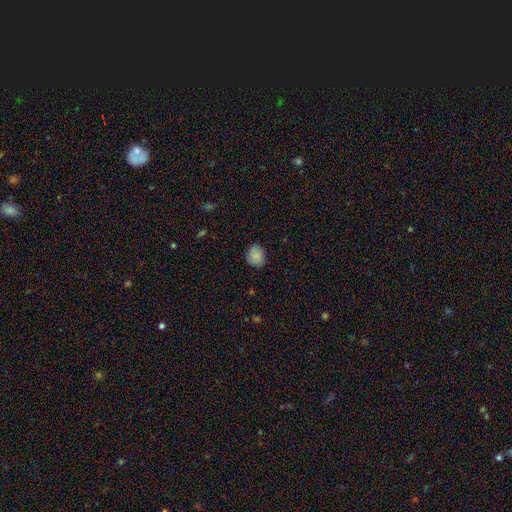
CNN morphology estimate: smooth 86%, star or artifact 9%, featured or disk 5%. Down the decision tree: how rounded — round (57%); merging — none (81%).